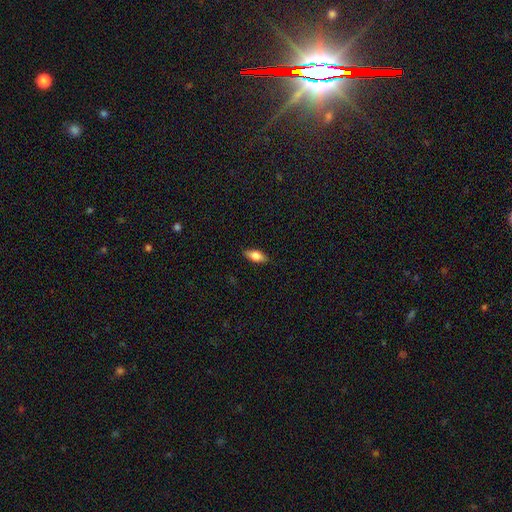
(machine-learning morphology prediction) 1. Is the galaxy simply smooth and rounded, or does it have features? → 71% smooth, 22% featured or disk, 7% star or artifact.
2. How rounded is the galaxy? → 79% in between, 18% cigar-shaped, 3% round.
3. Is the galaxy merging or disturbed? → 87% none, 10% minor disturbance, 2% major disturbance, 1% merger.